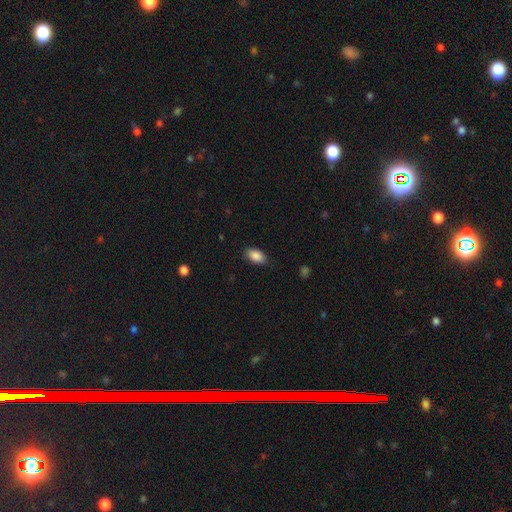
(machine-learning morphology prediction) smooth 89%, star or artifact 7%, featured or disk 4%. Down the decision tree: how rounded — in between (92%); merging — none (85%).